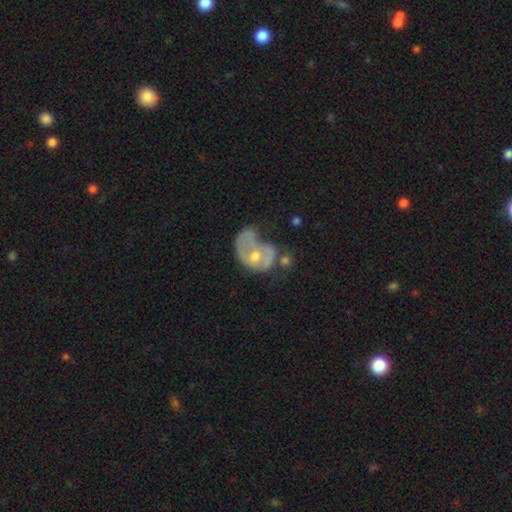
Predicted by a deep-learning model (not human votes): Morphology: type=featured or disk (59%); edge-on=no (97%); bar=no (77%); spiral arms=no (61%); bulge=moderate (60%); merging=major disturbance (42%).